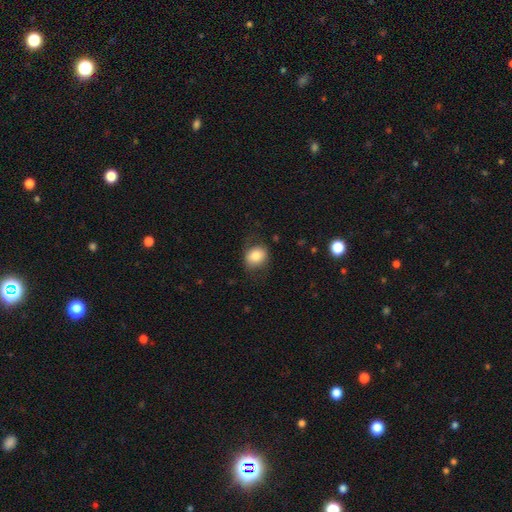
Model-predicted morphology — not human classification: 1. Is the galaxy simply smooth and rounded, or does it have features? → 79% smooth, 12% featured or disk, 9% star or artifact.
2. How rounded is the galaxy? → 52% round, 47% in between, 1% cigar-shaped.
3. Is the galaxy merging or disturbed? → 69% none, 20% minor disturbance, 10% major disturbance, 1% merger.